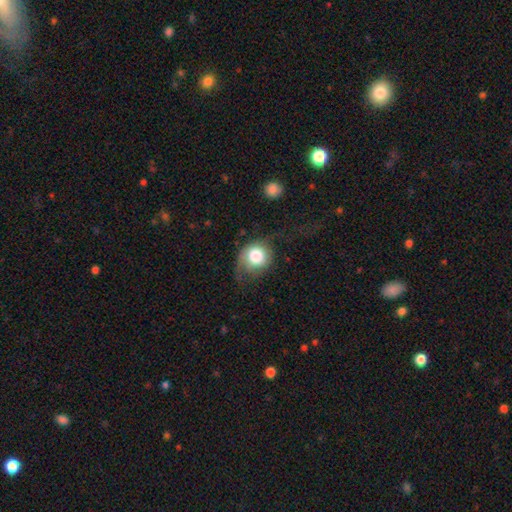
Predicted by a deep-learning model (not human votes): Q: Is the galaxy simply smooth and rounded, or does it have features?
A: smooth — 73%.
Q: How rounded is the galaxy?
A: round — 77%.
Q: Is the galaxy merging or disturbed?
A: none — 38%.